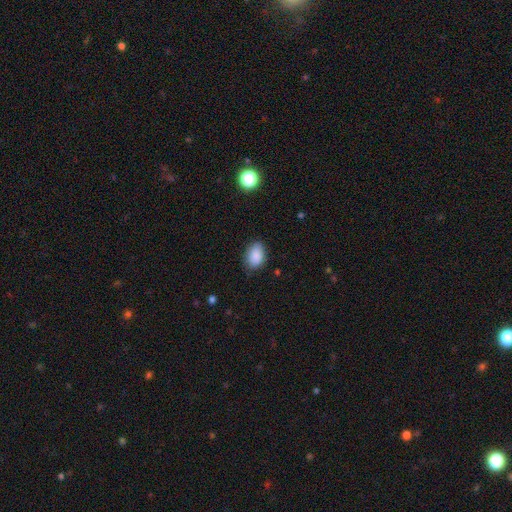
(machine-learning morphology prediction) smooth 87%, star or artifact 8%, featured or disk 5%. Down the decision tree: how rounded — in between (85%); merging — none (76%).